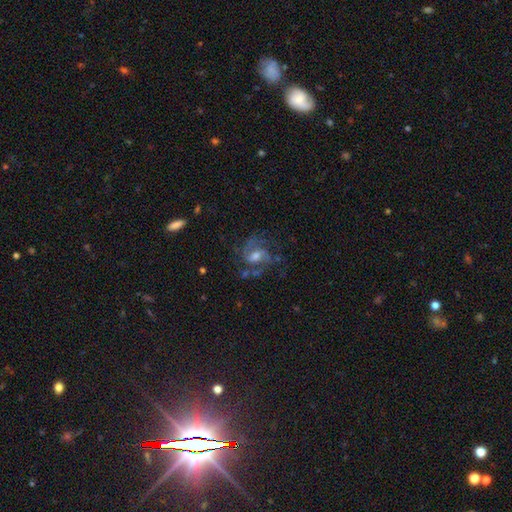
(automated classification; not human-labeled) Q: Smooth or featured?
A: featured or disk (78%); runner-up: smooth (12%)
Q: Edge-on disk?
A: no (97%); runner-up: yes (3%)
Q: Bar?
A: weak (49%); runner-up: no (37%)
Q: Spiral arms?
A: yes (91%); runner-up: no (9%)
Q: Spiral winding?
A: medium (54%); runner-up: tight (24%)
Q: Spiral arm count?
A: 2 (56%); runner-up: can't tell (17%)
Q: Bulge size?
A: moderate (57%); runner-up: small (27%)
Q: Merging?
A: none (58%); runner-up: major disturbance (19%)